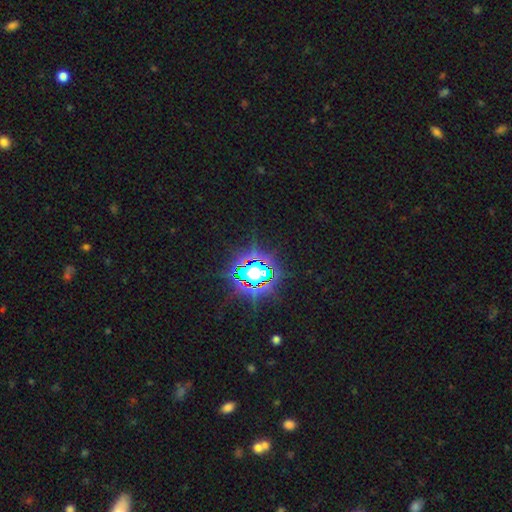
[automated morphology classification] Smooth or featured? Predicted: star or artifact (p=0.81).